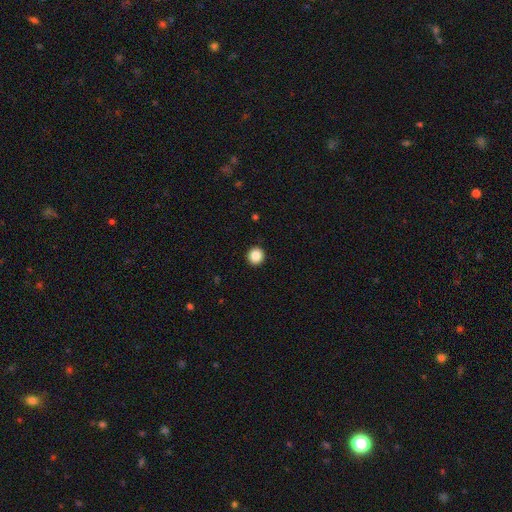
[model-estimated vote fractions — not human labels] A smooth galaxy with no disk features (88%) that is round (93%). Merging: none (93%).